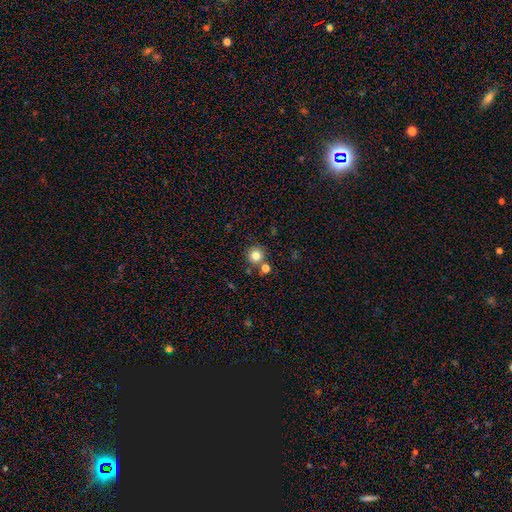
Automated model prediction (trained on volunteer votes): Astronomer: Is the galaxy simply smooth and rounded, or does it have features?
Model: smooth — 81%.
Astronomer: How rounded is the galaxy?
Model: round — 94%.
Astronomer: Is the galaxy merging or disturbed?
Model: none — 78%.